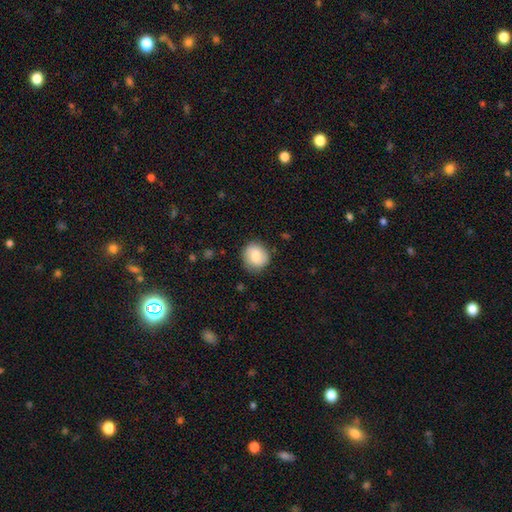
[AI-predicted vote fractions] A smooth galaxy with no disk features (67%) that is round (82%). Merging: none (82%).